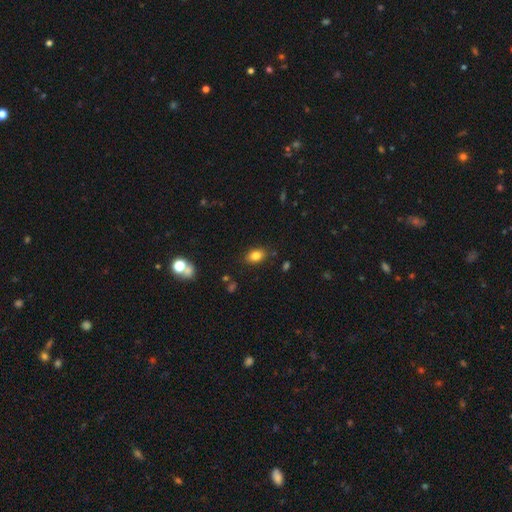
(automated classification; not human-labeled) smooth 82%, star or artifact 11%, featured or disk 8%. Down the decision tree: how rounded — in between (79%); merging — none (84%).